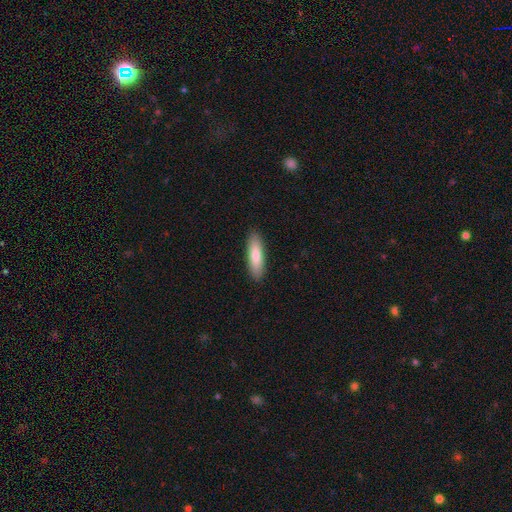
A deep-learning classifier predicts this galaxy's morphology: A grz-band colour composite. It shows a smooth galaxy with no disk features (81%) that is cigar-shaped (63%). Merging: none (90%).